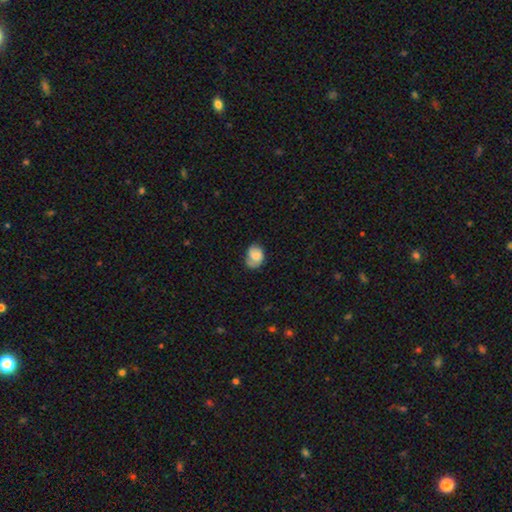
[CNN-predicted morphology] This is likely a smooth galaxy (61%). How rounded: possibly in between (59%). Merging: possibly none (55%).